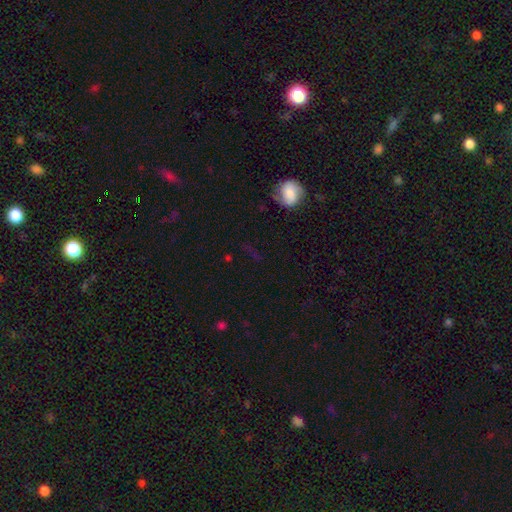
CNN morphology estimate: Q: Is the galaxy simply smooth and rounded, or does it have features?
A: star or artifact — 50%.